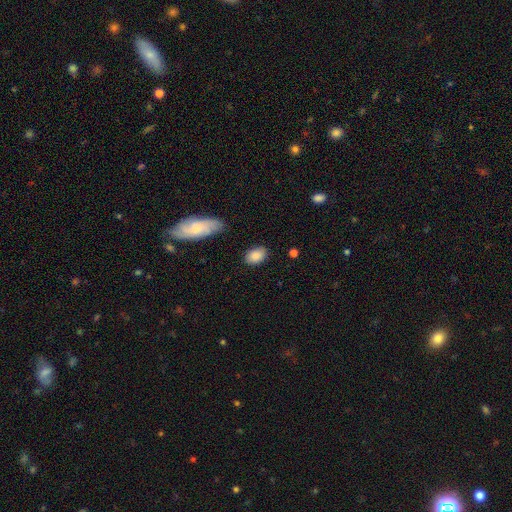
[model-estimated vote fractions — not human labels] Smooth or featured?
  - smooth: 86% *
  - star or artifact: 7%
  - featured or disk: 7%
How rounded?
  - in between: 84% *
  - round: 15%
  - cigar-shaped: 2%
Merging?
  - none: 83% *
  - minor disturbance: 12%
  - major disturbance: 3%
  - merger: 2%